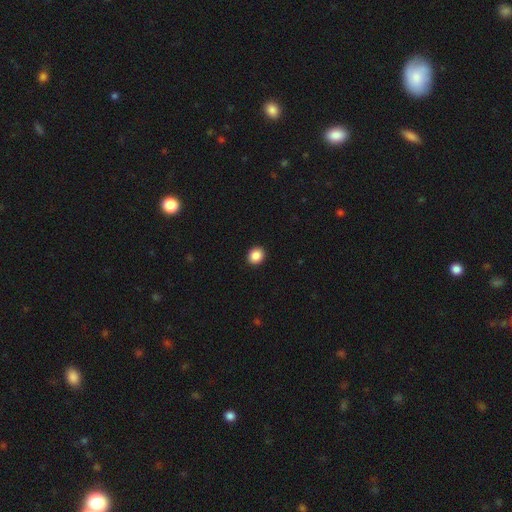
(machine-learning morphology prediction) This is clearly a smooth galaxy (88%). How rounded: likely round (73%). Merging: clearly none (93%).